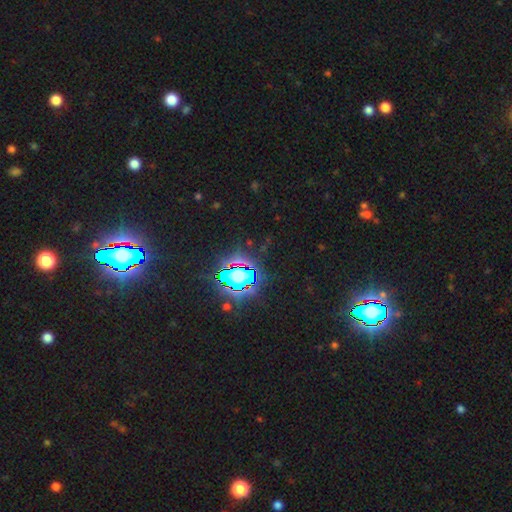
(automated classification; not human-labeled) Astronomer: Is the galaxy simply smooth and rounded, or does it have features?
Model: star or artifact — 82%.